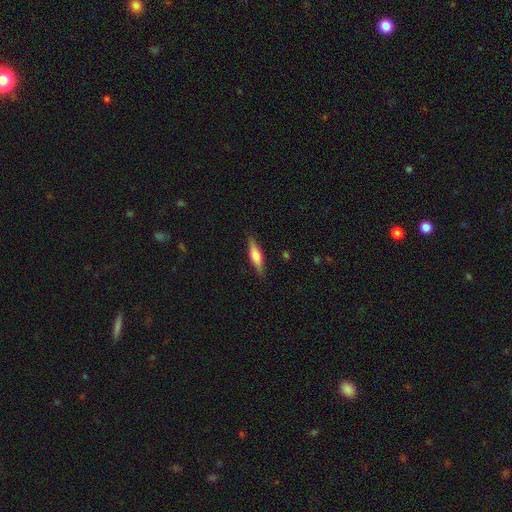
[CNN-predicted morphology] Overall: smooth (55%; featured or disk 39%). How rounded: cigar-shaped (71%). Merging: none (88%).